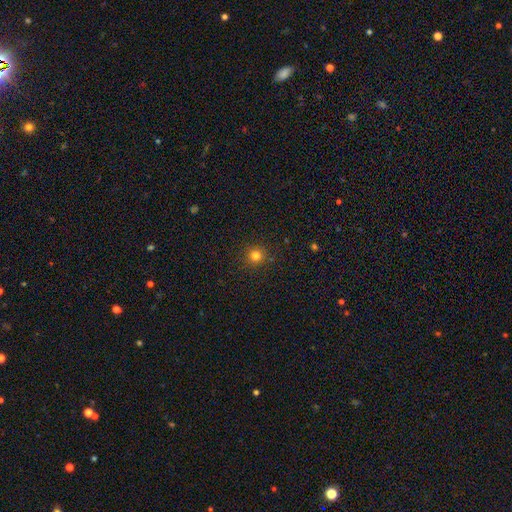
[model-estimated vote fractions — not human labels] Overall: smooth (80%). How rounded: round (93%). Merging: none (90%).